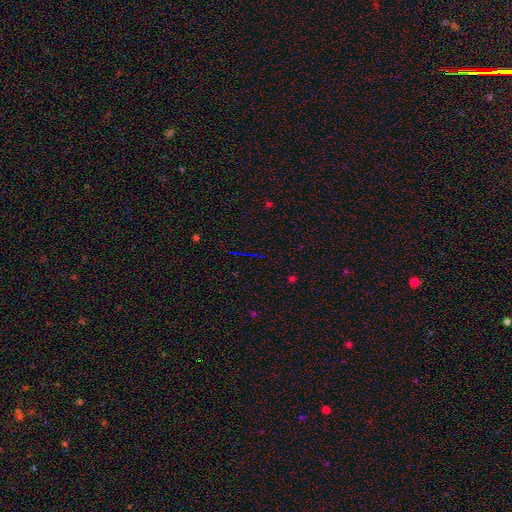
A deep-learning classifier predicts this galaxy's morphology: star or artifact 73%, smooth 15%, featured or disk 12%.